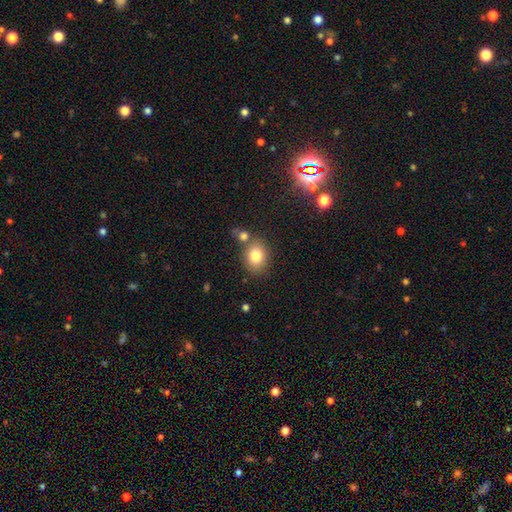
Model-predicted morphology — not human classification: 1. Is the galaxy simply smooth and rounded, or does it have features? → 80% smooth, 10% star or artifact, 10% featured or disk.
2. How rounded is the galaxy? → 50% in between, 49% round, 1% cigar-shaped.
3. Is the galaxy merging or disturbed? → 66% none, 18% merger, 12% minor disturbance, 4% major disturbance.